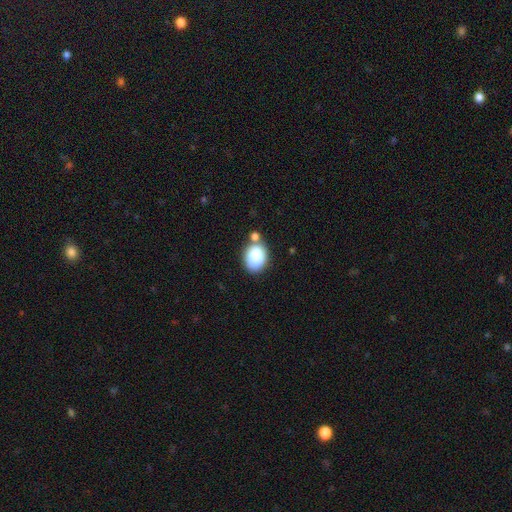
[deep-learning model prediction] Overall: smooth (86%). How rounded: in between (65%; round 34%). Merging: none (57%; merger 22%).